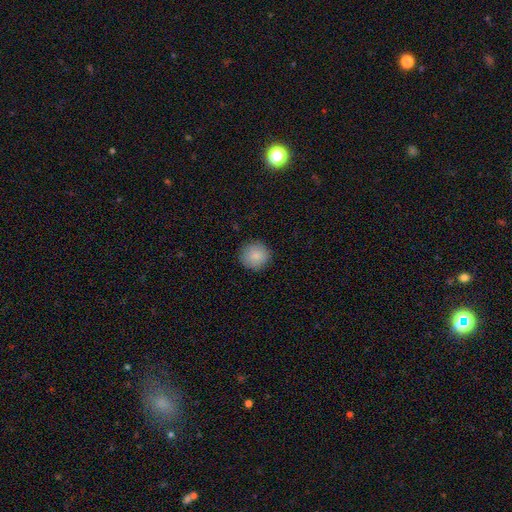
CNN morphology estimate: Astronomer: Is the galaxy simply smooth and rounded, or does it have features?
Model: smooth — 87%.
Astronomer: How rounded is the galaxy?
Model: round — 95%.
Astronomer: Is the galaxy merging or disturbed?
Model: none — 89%.